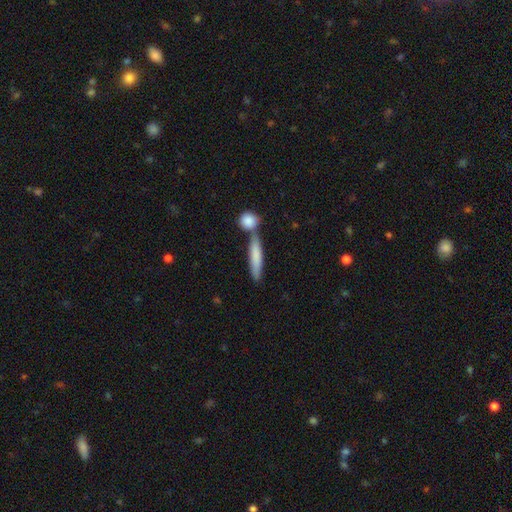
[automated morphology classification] type=smooth (76%); roundness=cigar-shaped (83%); merging=none (59%).